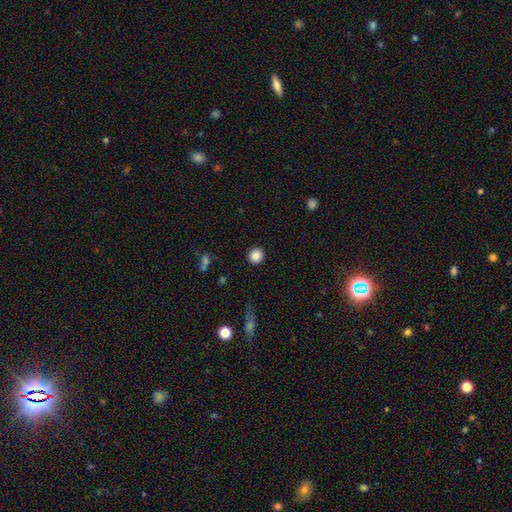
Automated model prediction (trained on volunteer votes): The model was most divided on "smooth or featured": smooth: 86%, star or artifact: 10%, featured or disk: 4%. More confident: merging — none (91%); how rounded — round (90%).